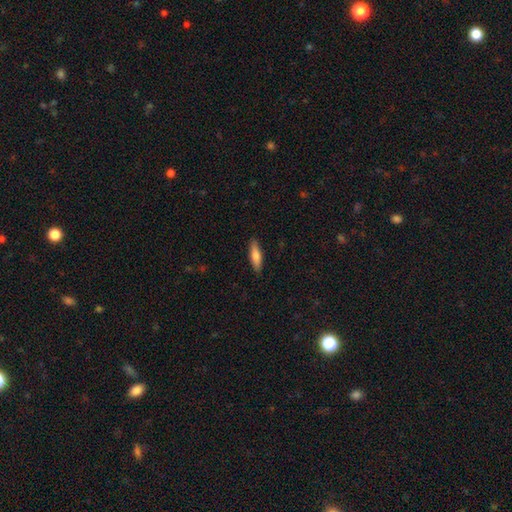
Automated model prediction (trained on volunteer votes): smooth-or-featured: smooth: 72% | featured or disk: 22% | star or artifact: 6%
  how-rounded: cigar-shaped: 65% | in between: 33% | round: 2%
  merging: none: 88% | minor disturbance: 9% | major disturbance: 2% | merger: 1%